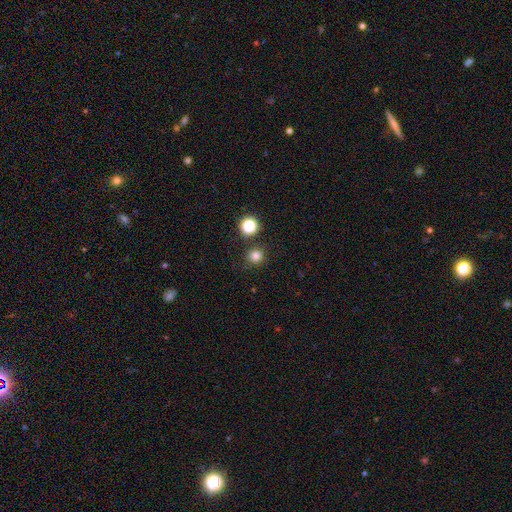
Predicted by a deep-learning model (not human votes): This is likely a smooth galaxy (79%). How rounded: clearly round (89%). Merging: clearly none (84%).